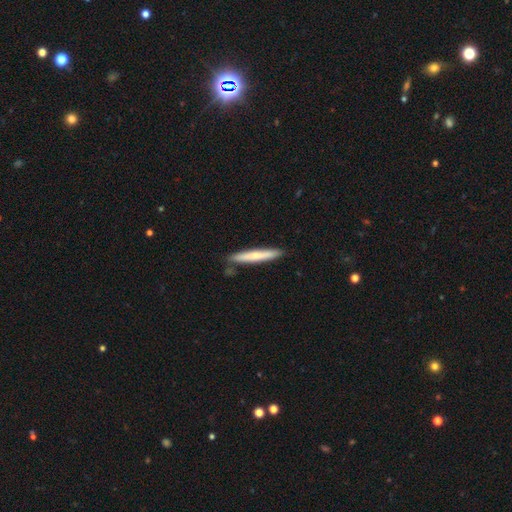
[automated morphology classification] type=smooth (61%); roundness=cigar-shaped (95%); merging=none (85%).